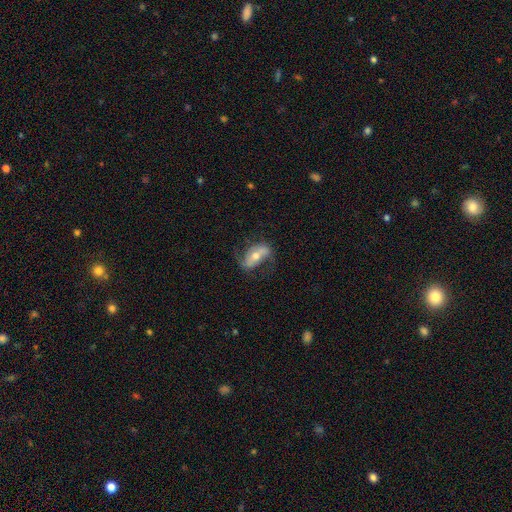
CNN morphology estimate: Smooth or featured? featured or disk (70%)
Edge-on disk? no (92%)
Bar? strong (36%)
Spiral arms? yes (85%)
Spiral winding? loose (54%)
Spiral arm count? 2 (86%)
Bulge size? moderate (61%)
Merging? none (63%)